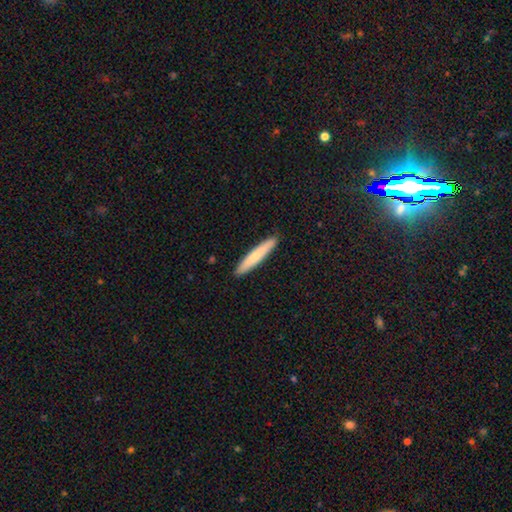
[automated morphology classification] Smooth or featured? Predicted: smooth (p=0.72). How rounded? Predicted: cigar-shaped (p=0.94). Merging? Predicted: none (p=0.92).